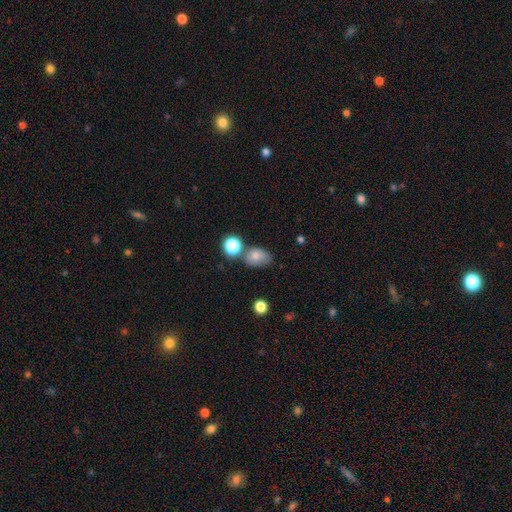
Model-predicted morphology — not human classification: Smooth or featured? Predicted: smooth (p=0.76). How rounded? Predicted: in between (p=0.75). Merging? Predicted: none (p=0.52).